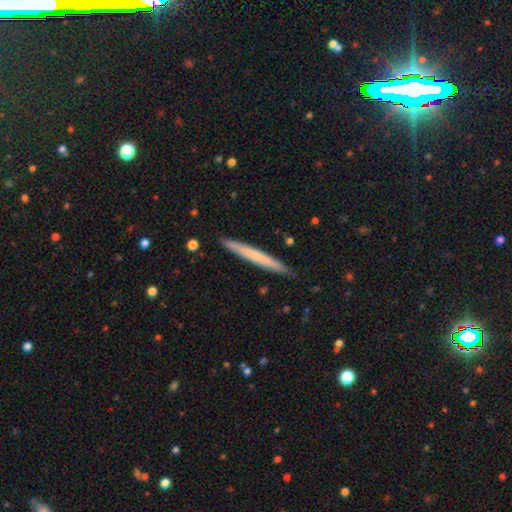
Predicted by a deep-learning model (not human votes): A smooth galaxy with no disk features (60%) that is cigar-shaped (97%).

Vote fractions:
- Smooth or featured? smooth: 60% / featured or disk: 34% / star or artifact: 5%
- How rounded? cigar-shaped: 97% / in between: 2% / round: 1%
- Merging? none: 91% / minor disturbance: 7% / major disturbance: 1% / merger: 1%